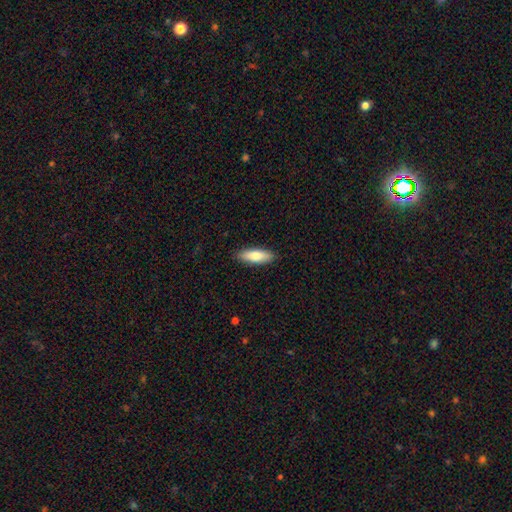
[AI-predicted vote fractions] Overall: smooth (82%). How rounded: in between (56%; cigar-shaped 42%). Merging: none (89%).